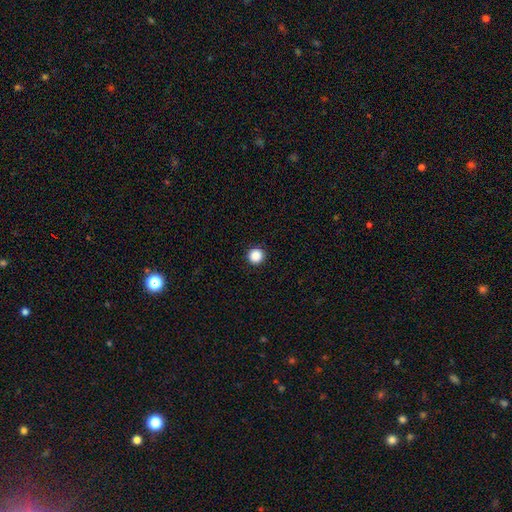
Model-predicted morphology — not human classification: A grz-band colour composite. It shows a smooth galaxy with no disk features (87%) that is round (96%). Merging: none (93%).